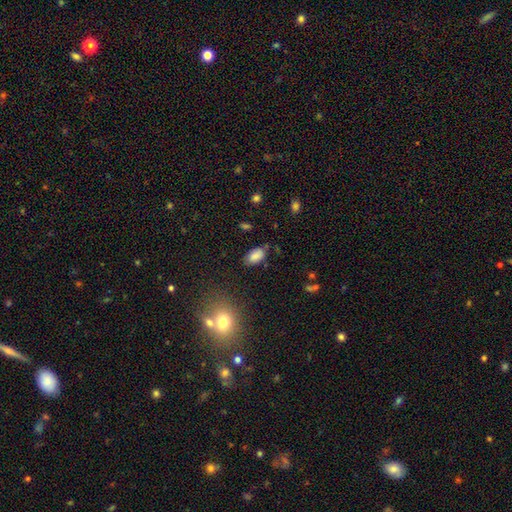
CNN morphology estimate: A smooth galaxy with no disk features (83%) that is in between round and cigar-shaped (93%). Merging: none (79%).